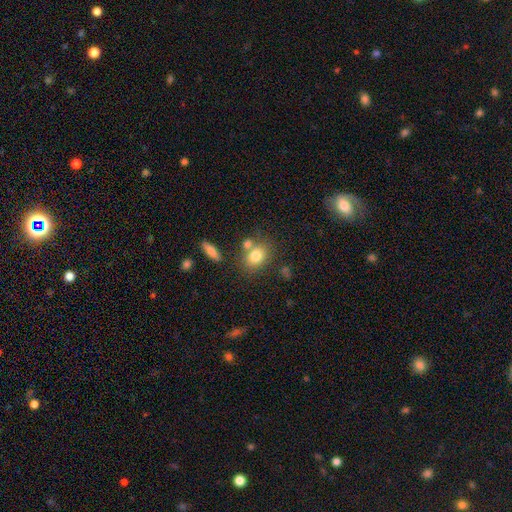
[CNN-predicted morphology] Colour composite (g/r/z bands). It shows a smooth galaxy with no disk features (79%) that is in between round and cigar-shaped (58%). Merging: none (61%).